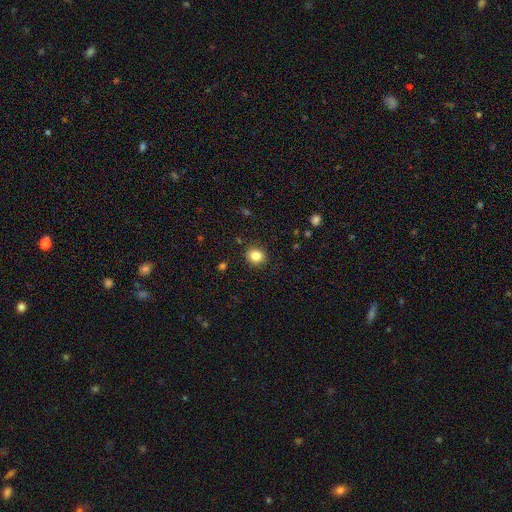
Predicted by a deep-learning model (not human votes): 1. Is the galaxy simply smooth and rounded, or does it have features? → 83% smooth, 11% star or artifact, 6% featured or disk.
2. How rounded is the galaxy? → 81% round, 18% in between, 1% cigar-shaped.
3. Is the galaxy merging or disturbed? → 89% none, 7% minor disturbance, 2% major disturbance, 1% merger.